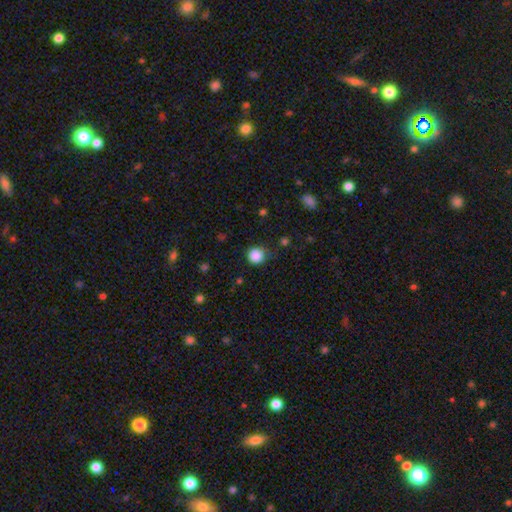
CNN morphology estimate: Q: Smooth or featured?
A: smooth (87%); runner-up: star or artifact (10%)
Q: How rounded?
A: round (90%); runner-up: in between (9%)
Q: Merging?
A: none (72%); runner-up: minor disturbance (21%)